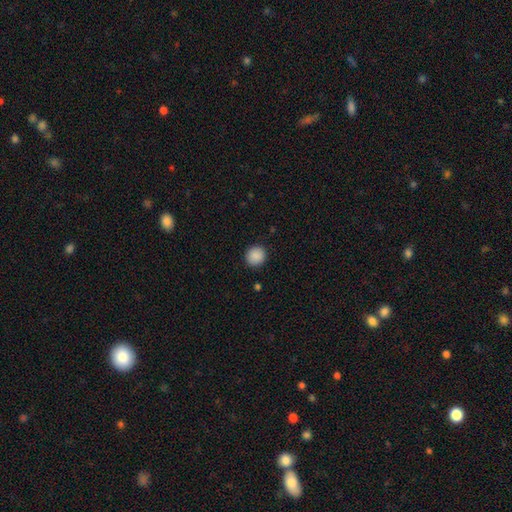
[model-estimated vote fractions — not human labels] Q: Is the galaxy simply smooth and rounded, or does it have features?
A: smooth — 89%.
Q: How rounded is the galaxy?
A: round — 88%.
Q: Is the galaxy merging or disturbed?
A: none — 90%.